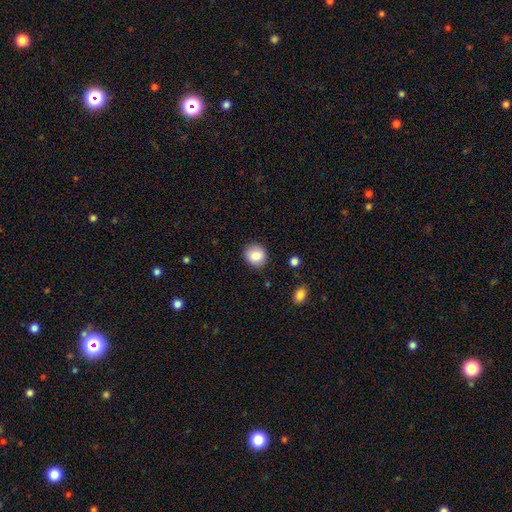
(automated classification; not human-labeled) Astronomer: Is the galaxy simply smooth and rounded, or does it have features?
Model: smooth — 85%.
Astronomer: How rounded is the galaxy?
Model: round — 76%.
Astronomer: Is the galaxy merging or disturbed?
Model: none — 86%.